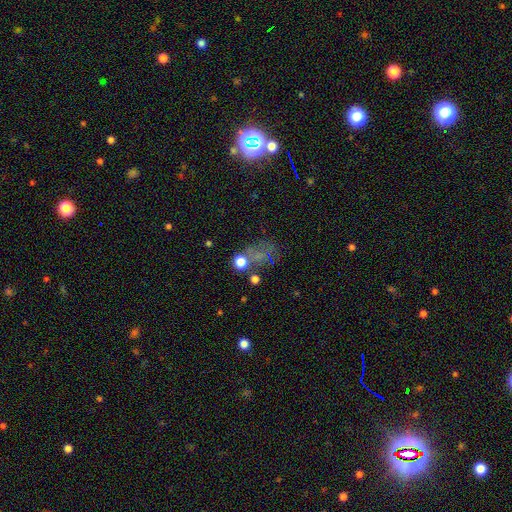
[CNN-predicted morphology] smooth-or-featured: smooth: 52% | star or artifact: 30% | featured or disk: 18%
  how-rounded: round: 65% | in between: 34% | cigar-shaped: 2%
  merging: none: 47% | major disturbance: 21% | merger: 16% | minor disturbance: 16%